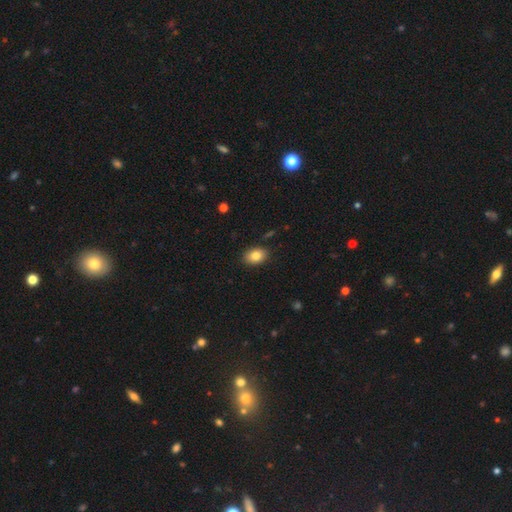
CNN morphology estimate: Overall: smooth (84%). How rounded: in between (80%). Merging: none (88%).